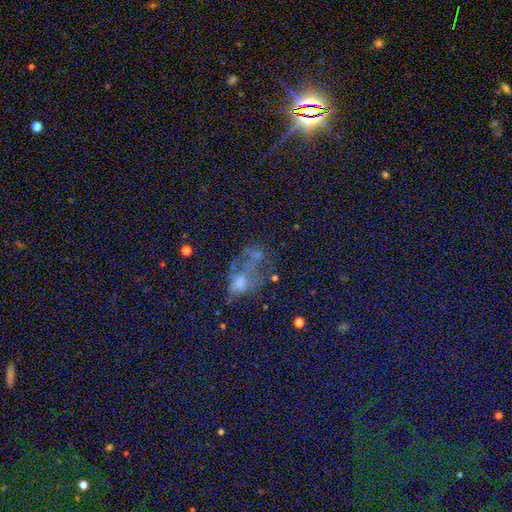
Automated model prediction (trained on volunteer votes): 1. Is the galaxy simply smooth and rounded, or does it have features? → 38% featured or disk, 35% smooth, 27% star or artifact.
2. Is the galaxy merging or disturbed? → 37% major disturbance, 27% none, 23% merger, 14% minor disturbance.